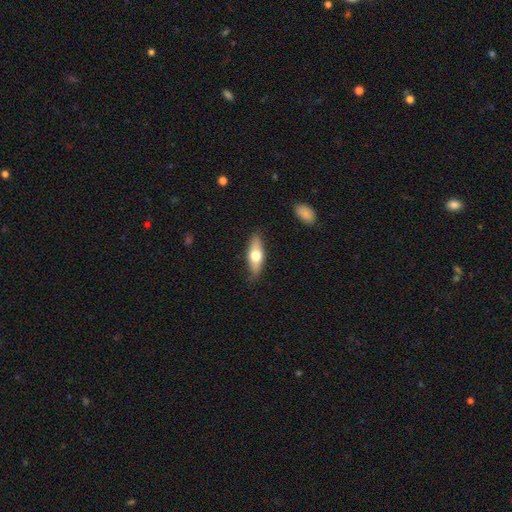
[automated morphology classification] Q: Smooth or featured?
A: smooth (54%); runner-up: featured or disk (40%)
Q: How rounded?
A: in between (59%); runner-up: cigar-shaped (37%)
Q: Merging?
A: none (81%); runner-up: minor disturbance (15%)